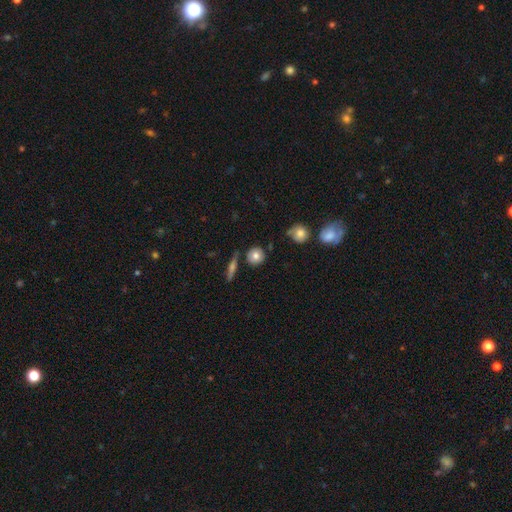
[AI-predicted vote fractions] A smooth galaxy with no disk features (76%) that is round (89%).

Vote fractions:
- Smooth or featured? smooth: 76% / featured or disk: 15% / star or artifact: 9%
- How rounded? round: 89% / in between: 9% / cigar-shaped: 2%
- Merging? none: 80% / minor disturbance: 12% / merger: 5% / major disturbance: 3%